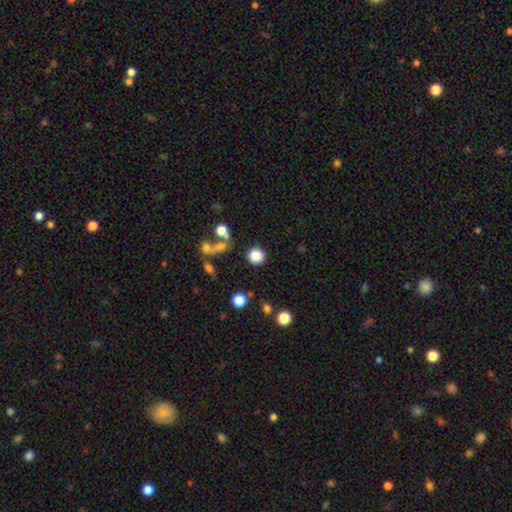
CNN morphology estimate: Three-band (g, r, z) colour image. It shows a smooth galaxy with no disk features (83%) that is round (92%). Merging: none (83%).